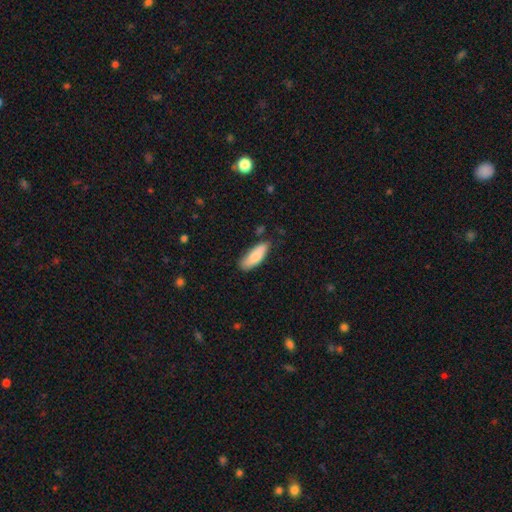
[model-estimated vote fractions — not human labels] smooth_or_featured: smooth (p=0.83) [alt: featured or disk p=0.11]
how_rounded: in between (p=0.65) [alt: cigar-shaped p=0.33]
merging: none (p=0.74) [alt: minor disturbance p=0.20]